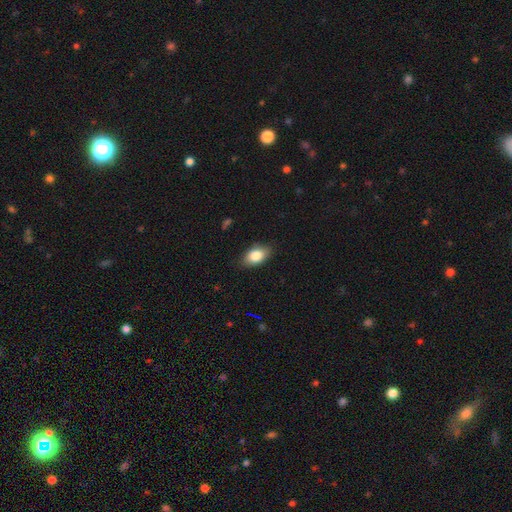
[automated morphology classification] type=smooth (83%); roundness=in between (90%); merging=none (84%).